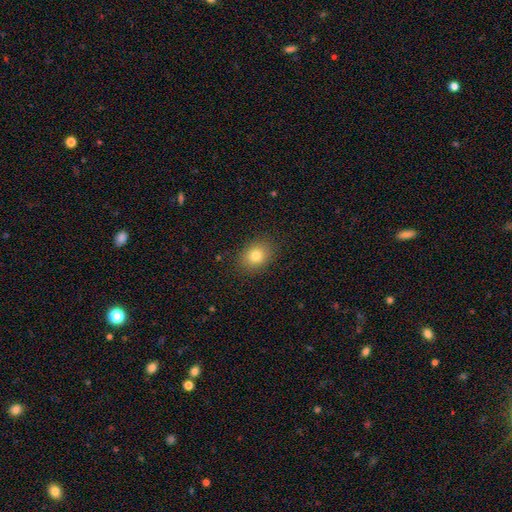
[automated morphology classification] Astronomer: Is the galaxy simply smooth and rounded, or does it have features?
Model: smooth — 80%.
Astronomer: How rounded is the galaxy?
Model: in between — 51% (runner-up: round, 48%).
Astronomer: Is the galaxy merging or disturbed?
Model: none — 87%.